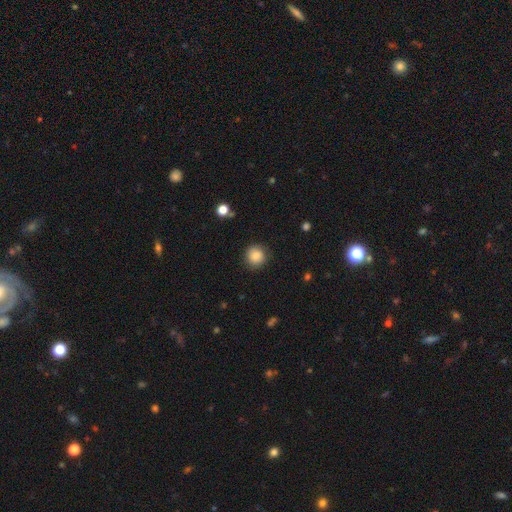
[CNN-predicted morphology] The model was most divided on "smooth or featured": smooth: 85%, star or artifact: 9%, featured or disk: 6%. More confident: how rounded — round (91%); merging — none (86%).